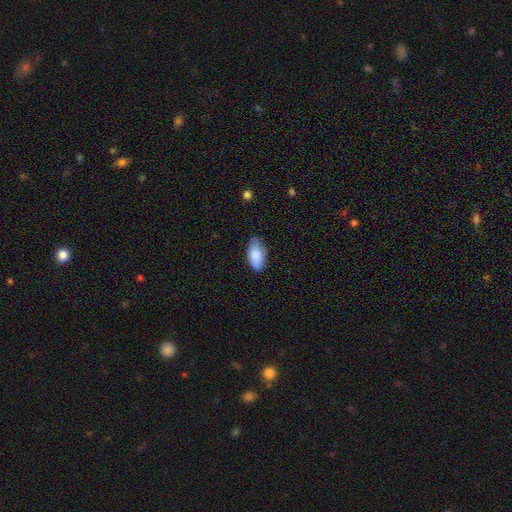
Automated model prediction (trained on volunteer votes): smooth_or_featured: smooth (p=0.83) [alt: featured or disk p=0.10]
how_rounded: in between (p=0.91) [alt: cigar-shaped p=0.06]
merging: none (p=0.77) [alt: minor disturbance p=0.18]